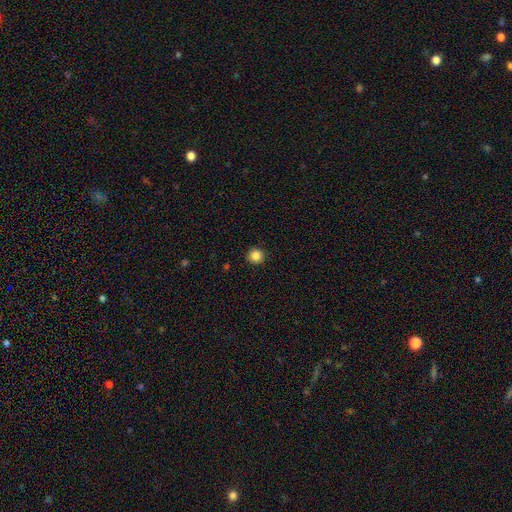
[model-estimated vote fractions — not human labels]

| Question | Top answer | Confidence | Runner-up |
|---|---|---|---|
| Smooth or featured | smooth | 85% | star or artifact (11%) |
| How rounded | round | 95% | in between (4%) |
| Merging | none | 93% | minor disturbance (5%) |